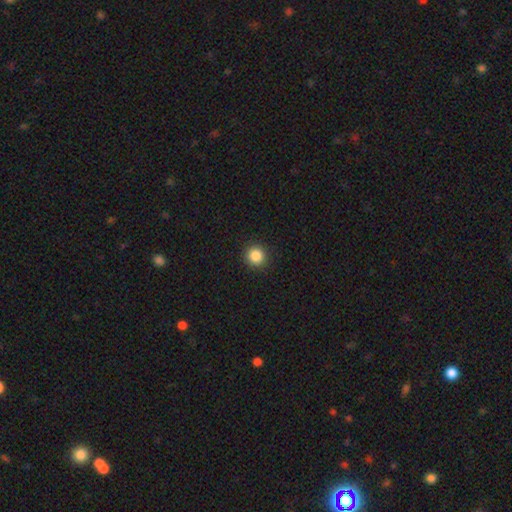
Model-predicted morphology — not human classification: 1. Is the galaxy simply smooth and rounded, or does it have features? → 86% smooth, 11% star or artifact, 4% featured or disk.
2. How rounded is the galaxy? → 94% round, 5% in between, 1% cigar-shaped.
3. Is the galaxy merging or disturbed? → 93% none, 5% minor disturbance, 2% major disturbance, 1% merger.